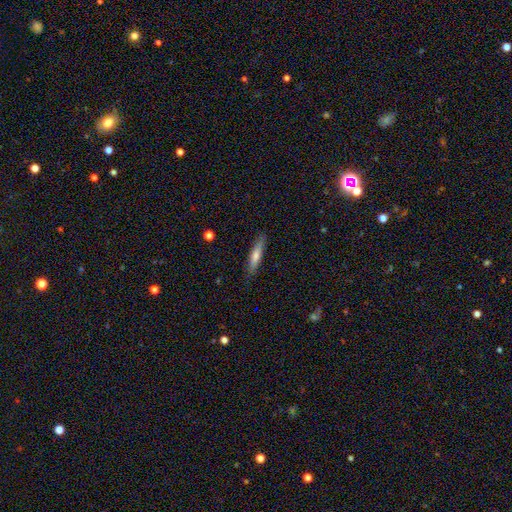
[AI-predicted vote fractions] Morphology: type=smooth (62%); roundness=cigar-shaped (87%); merging=none (88%).